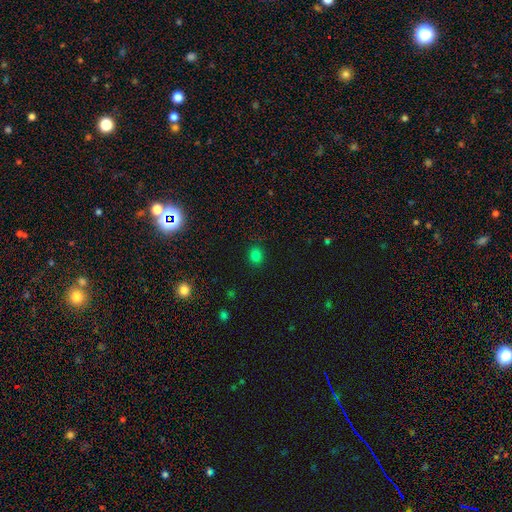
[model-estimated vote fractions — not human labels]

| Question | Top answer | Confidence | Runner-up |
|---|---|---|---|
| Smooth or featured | smooth | 79% | star or artifact (17%) |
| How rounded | round | 66% | in between (33%) |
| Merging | none | 88% | minor disturbance (8%) |